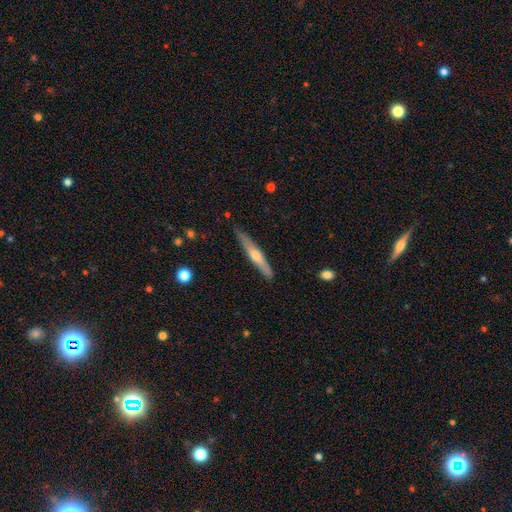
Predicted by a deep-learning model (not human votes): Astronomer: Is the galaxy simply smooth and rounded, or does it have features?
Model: featured or disk — 58% (runner-up: smooth, 37%).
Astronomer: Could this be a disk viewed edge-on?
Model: yes — 94%.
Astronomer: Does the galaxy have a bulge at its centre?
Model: rounded — 78%.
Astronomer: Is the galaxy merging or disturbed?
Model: none — 84%.